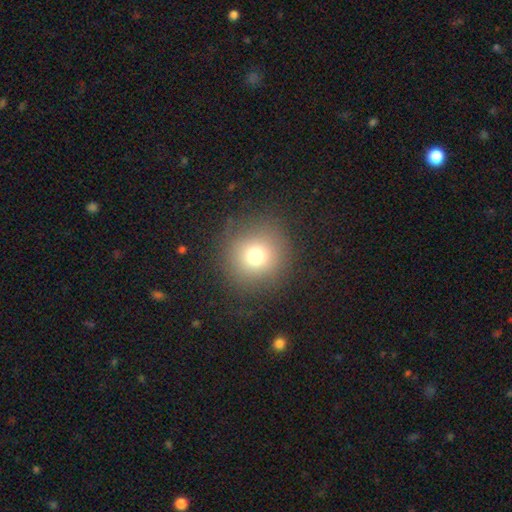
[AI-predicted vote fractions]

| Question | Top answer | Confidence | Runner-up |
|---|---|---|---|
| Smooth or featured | smooth | 73% | star or artifact (16%) |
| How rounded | round | 94% | in between (5%) |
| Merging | none | 85% | minor disturbance (9%) |